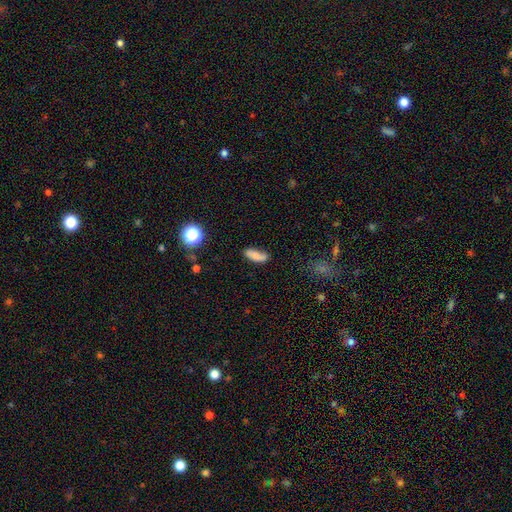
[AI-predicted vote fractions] Overall: smooth (74%). How rounded: in between (67%; cigar-shaped 30%). Merging: none (59%; minor disturbance 25%).